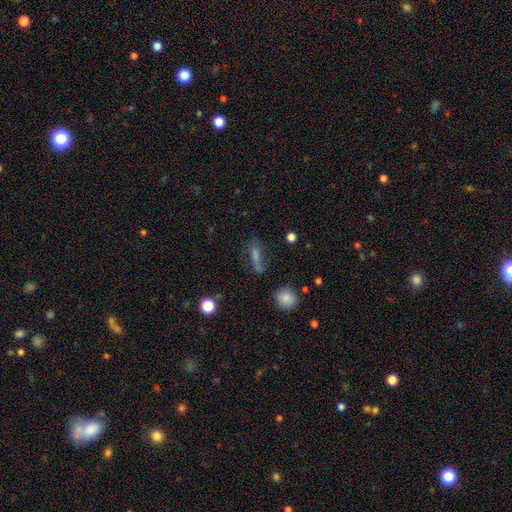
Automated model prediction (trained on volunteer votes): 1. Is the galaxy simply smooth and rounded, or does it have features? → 63% smooth, 21% featured or disk, 15% star or artifact.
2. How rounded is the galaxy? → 47% cigar-shaped, 46% in between, 7% round.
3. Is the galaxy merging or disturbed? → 56% none, 21% minor disturbance, 13% major disturbance, 10% merger.